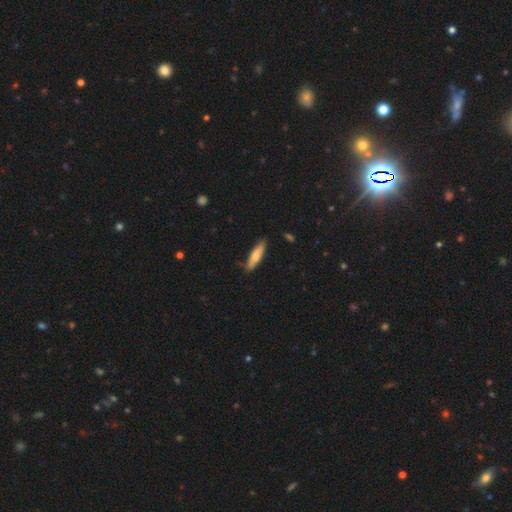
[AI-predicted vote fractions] This is likely a smooth galaxy (71%). How rounded: likely cigar-shaped (74%). Merging: likely none (76%).